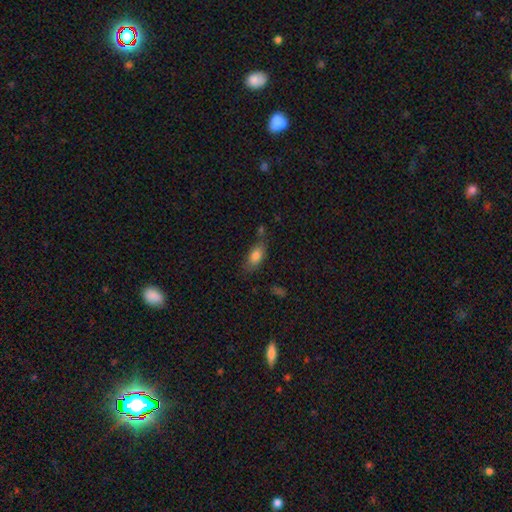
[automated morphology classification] type=smooth (82%); roundness=in between (86%); merging=none (59%).